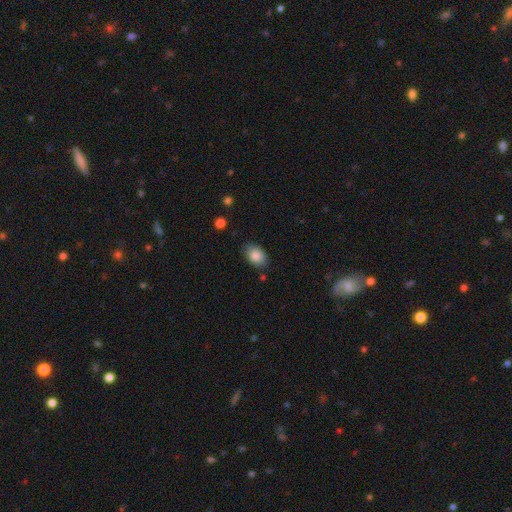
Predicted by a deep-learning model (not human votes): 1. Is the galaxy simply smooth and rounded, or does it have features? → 86% smooth, 8% star or artifact, 6% featured or disk.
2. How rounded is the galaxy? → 85% in between, 14% round, 1% cigar-shaped.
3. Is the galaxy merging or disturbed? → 81% none, 14% minor disturbance, 3% major disturbance, 2% merger.